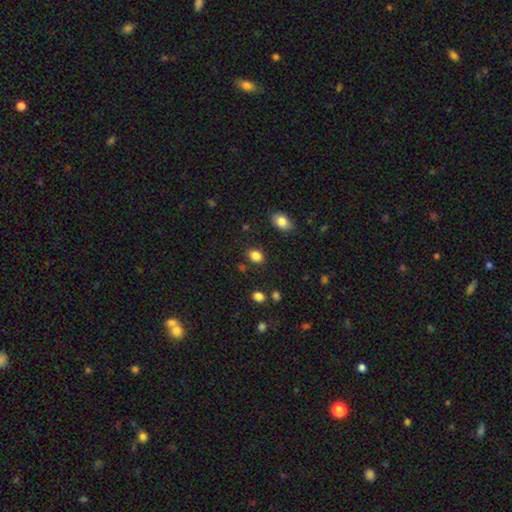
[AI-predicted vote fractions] This is clearly a smooth galaxy (85%). How rounded: likely in between (67%). Merging: clearly none (84%).